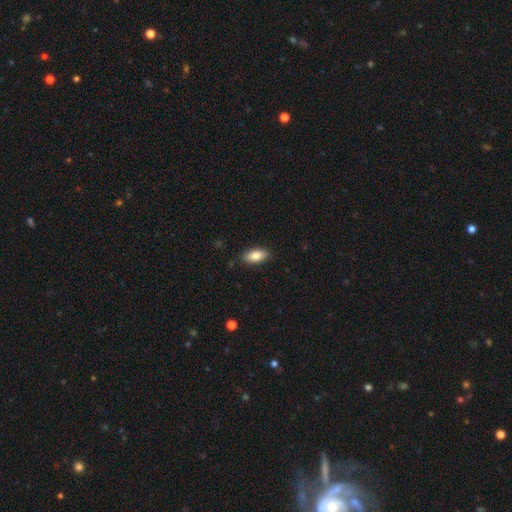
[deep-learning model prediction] Q: Smooth or featured?
A: smooth (83%); runner-up: featured or disk (10%)
Q: How rounded?
A: in between (89%); runner-up: cigar-shaped (8%)
Q: Merging?
A: none (87%); runner-up: minor disturbance (10%)